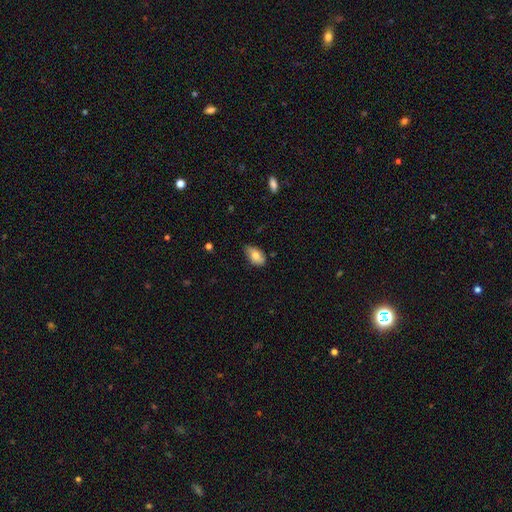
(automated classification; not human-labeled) A smooth galaxy with no disk features (79%) that is in between round and cigar-shaped (92%). Merging: none (67%).